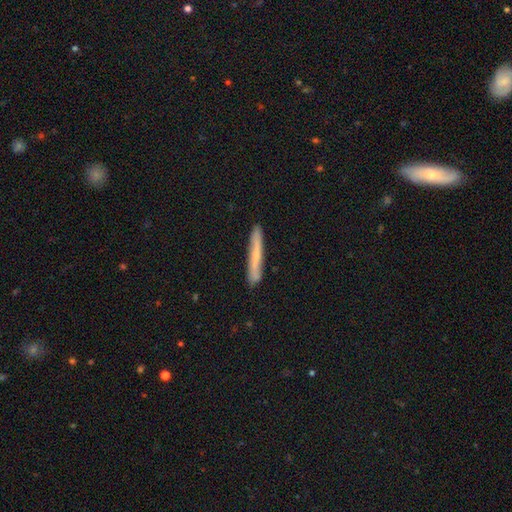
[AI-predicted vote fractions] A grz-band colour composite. It shows a smooth galaxy with no disk features (56%) that is cigar-shaped (95%). Merging: none (88%).